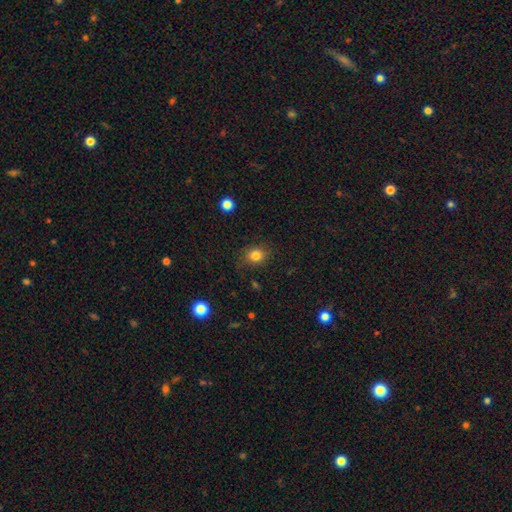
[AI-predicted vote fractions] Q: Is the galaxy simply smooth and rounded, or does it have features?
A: smooth — 82%.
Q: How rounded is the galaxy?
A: round — 70%.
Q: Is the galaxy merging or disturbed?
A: none — 82%.